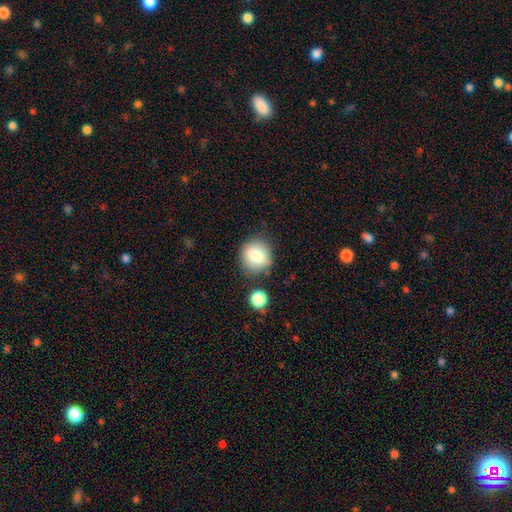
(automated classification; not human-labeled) This is likely a smooth galaxy (79%). How rounded: clearly round (84%). Merging: likely none (76%).